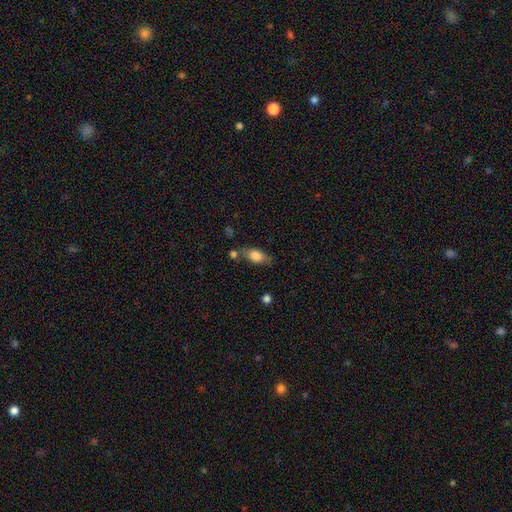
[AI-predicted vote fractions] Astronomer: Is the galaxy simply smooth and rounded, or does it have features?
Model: smooth — 76%.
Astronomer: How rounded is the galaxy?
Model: in between — 81%.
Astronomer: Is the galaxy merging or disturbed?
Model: none — 59%.